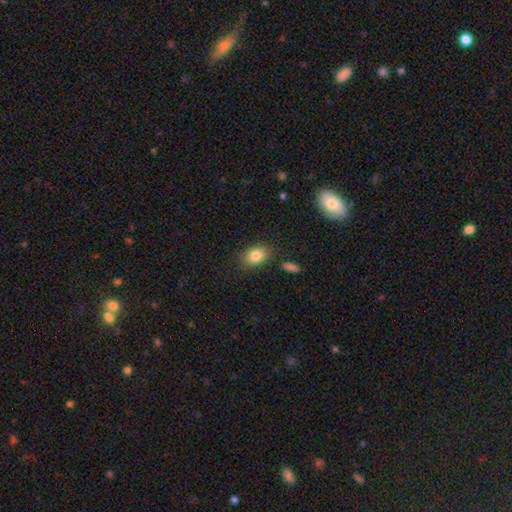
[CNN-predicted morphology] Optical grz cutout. It shows a smooth galaxy with no disk features (83%) that is in between round and cigar-shaped (76%). Merging: none (82%).